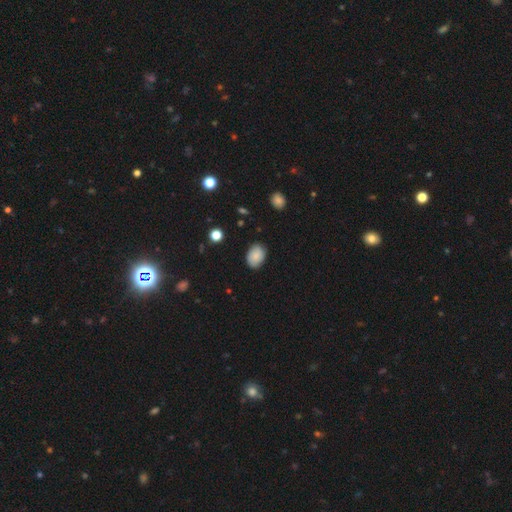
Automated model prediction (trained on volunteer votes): Smooth or featured?
  - smooth: 84% *
  - featured or disk: 8%
  - star or artifact: 8%
How rounded?
  - in between: 77% *
  - round: 22%
  - cigar-shaped: 1%
Merging?
  - none: 83% *
  - minor disturbance: 13%
  - major disturbance: 3%
  - merger: 1%